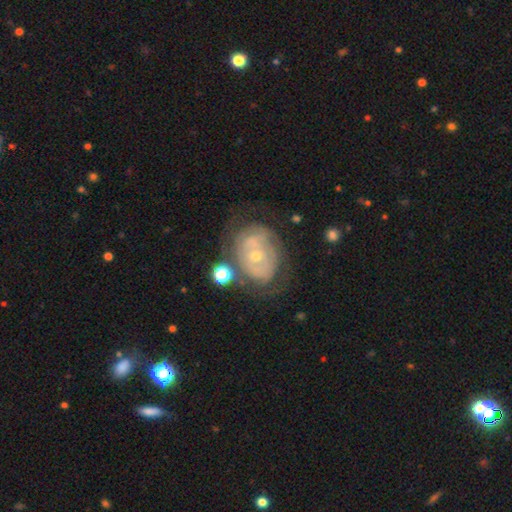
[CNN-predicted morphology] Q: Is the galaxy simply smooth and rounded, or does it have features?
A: featured or disk — 70%.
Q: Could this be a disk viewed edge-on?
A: no — 96%.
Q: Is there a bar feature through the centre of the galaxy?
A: no — 78%.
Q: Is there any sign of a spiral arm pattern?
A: yes — 59%.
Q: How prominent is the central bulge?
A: small — 60%.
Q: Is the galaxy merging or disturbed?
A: none — 55%.